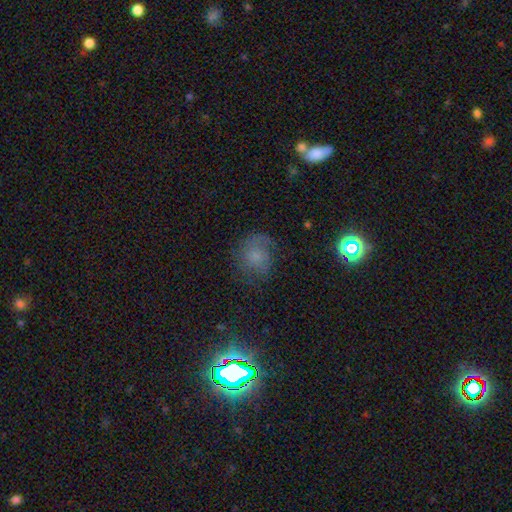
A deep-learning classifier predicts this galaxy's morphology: smooth 46%, featured or disk 31%, star or artifact 23%. Down the decision tree: merging — none (58%).